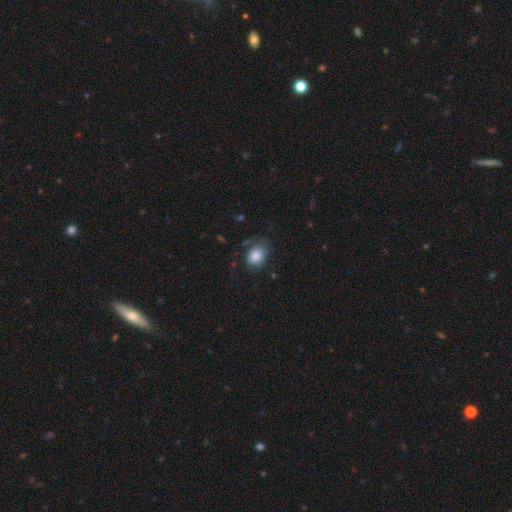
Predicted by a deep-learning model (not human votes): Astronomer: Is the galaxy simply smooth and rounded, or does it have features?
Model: smooth — 80%.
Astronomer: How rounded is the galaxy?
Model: in between — 66%.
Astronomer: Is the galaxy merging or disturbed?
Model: none — 62%.